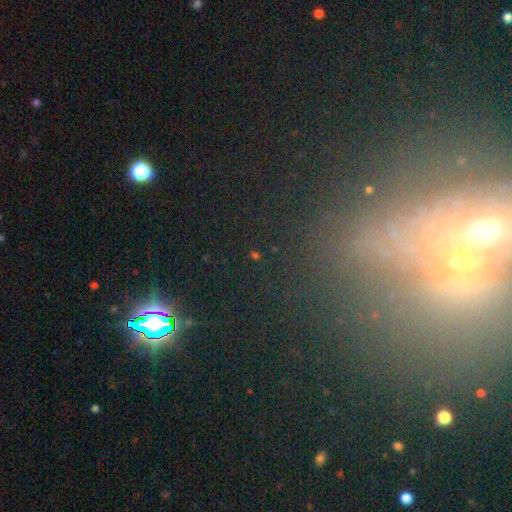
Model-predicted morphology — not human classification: Smooth or featured: star or artifact — 70% (smooth — 20%)